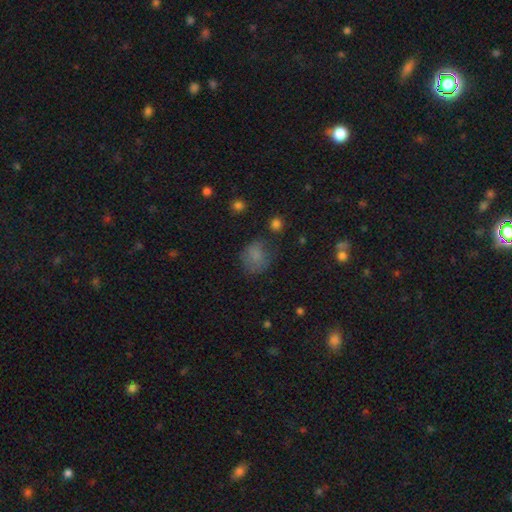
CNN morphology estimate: The model was most divided on "how rounded": round: 63%, in between: 36%, cigar-shaped: 1%. More confident: smooth or featured — smooth (74%); merging — none (61%).